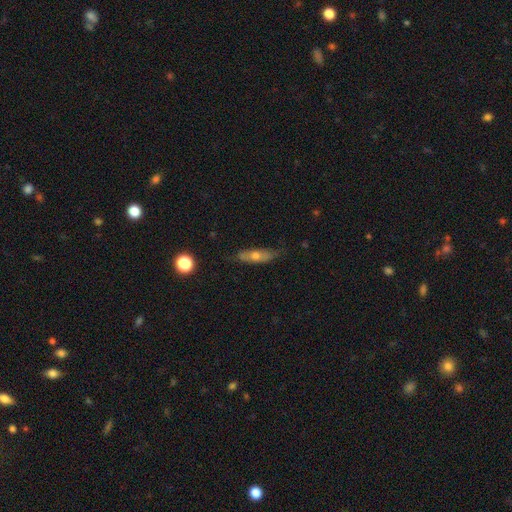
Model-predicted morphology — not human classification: Smooth or featured? smooth (52%)
How rounded? cigar-shaped (48%, tied with in between)
Merging? none (71%)